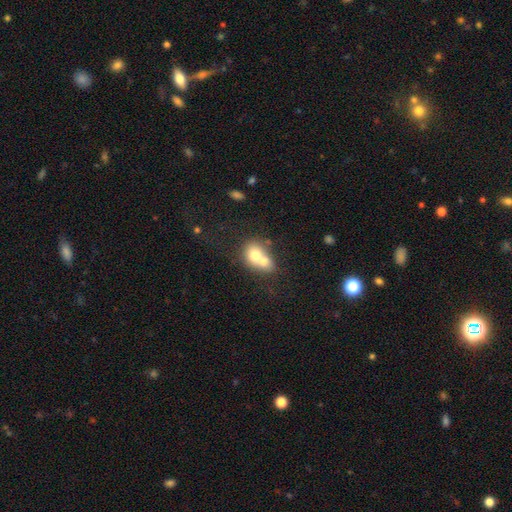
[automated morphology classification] smooth-or-featured: smooth: 68% | featured or disk: 23% | star or artifact: 9%
  how-rounded: in between: 51% | round: 48% | cigar-shaped: 1%
  merging: merger: 69% | none: 21% | minor disturbance: 7% | major disturbance: 4%